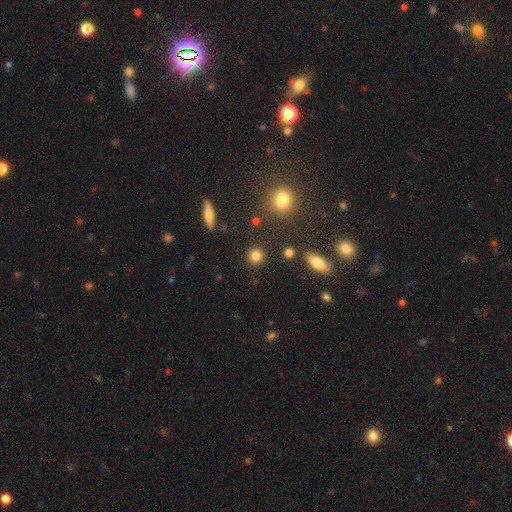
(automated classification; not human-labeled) smooth-or-featured: smooth: 82% | star or artifact: 12% | featured or disk: 6%
  how-rounded: round: 91% | in between: 8% | cigar-shaped: 1%
  merging: none: 88% | minor disturbance: 6% | merger: 3% | major disturbance: 2%